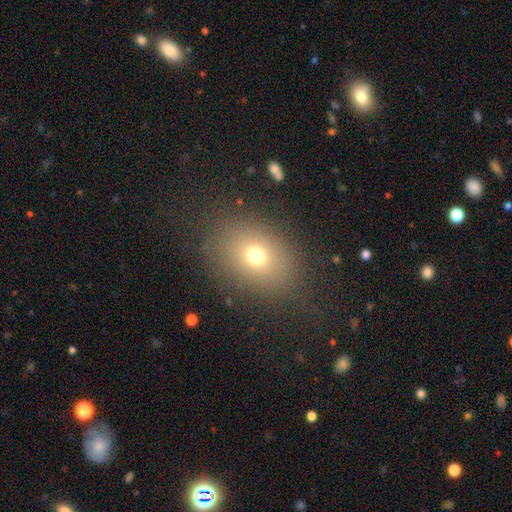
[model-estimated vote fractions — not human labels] A smooth galaxy with no disk features (69%) that is in between round and cigar-shaped (60%). Merging: none (82%).